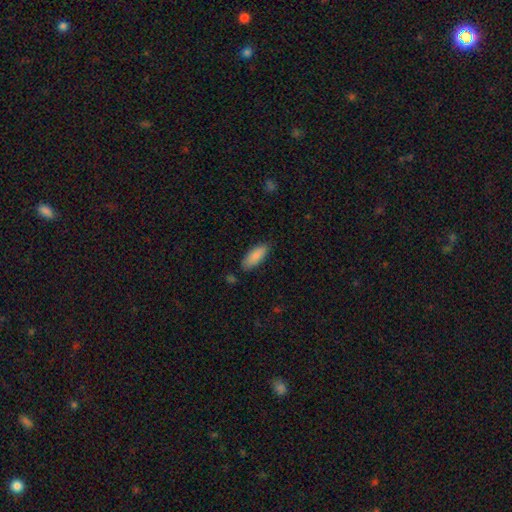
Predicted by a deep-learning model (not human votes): Smooth or featured? smooth (88%)
How rounded? in between (73%)
Merging? none (82%)